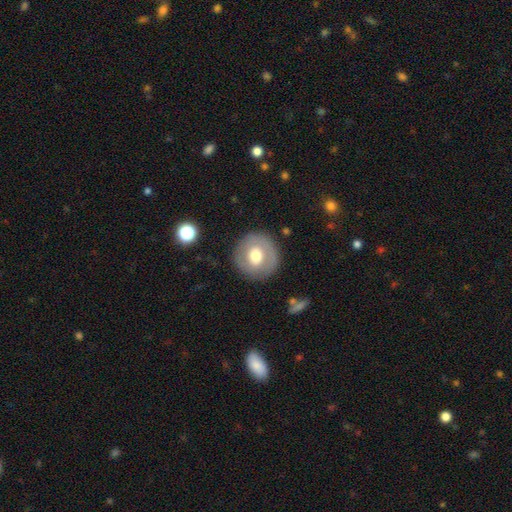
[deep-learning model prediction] The model was most divided on "smooth or featured": smooth: 56%, featured or disk: 36%, star or artifact: 7%. More confident: how rounded — round (90%); merging — none (85%).